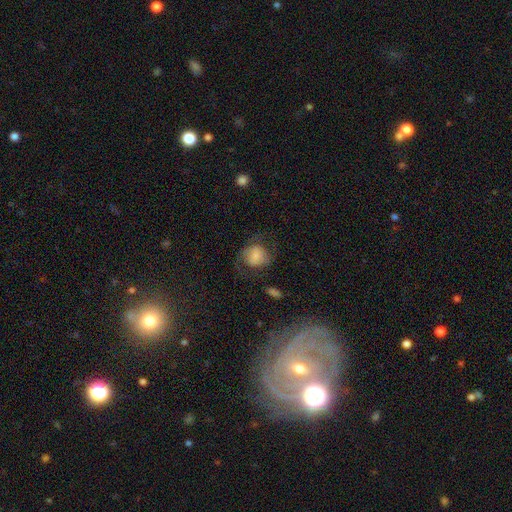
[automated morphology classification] type=smooth (63%); roundness=round (69%); merging=none (54%).